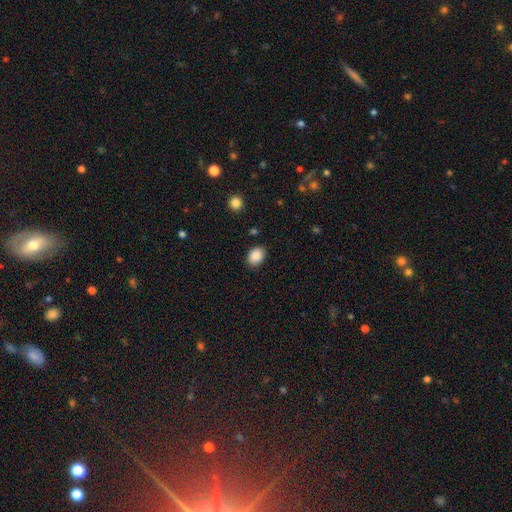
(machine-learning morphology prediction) Smooth or featured? Predicted: smooth (p=0.88). How rounded? Predicted: in between (p=0.67). Merging? Predicted: none (p=0.85).